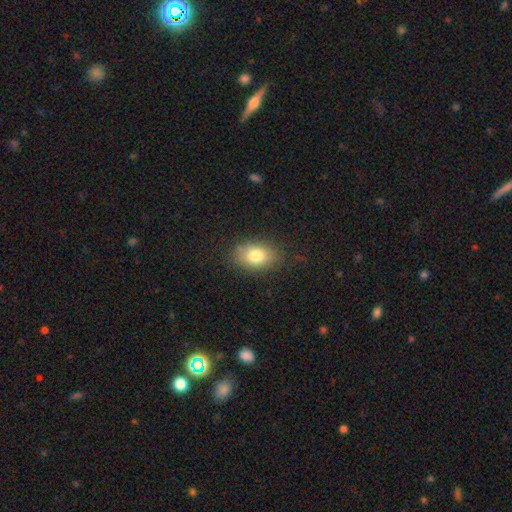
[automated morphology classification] This is likely a smooth galaxy (79%). How rounded: clearly in between (82%). Merging: clearly none (80%).